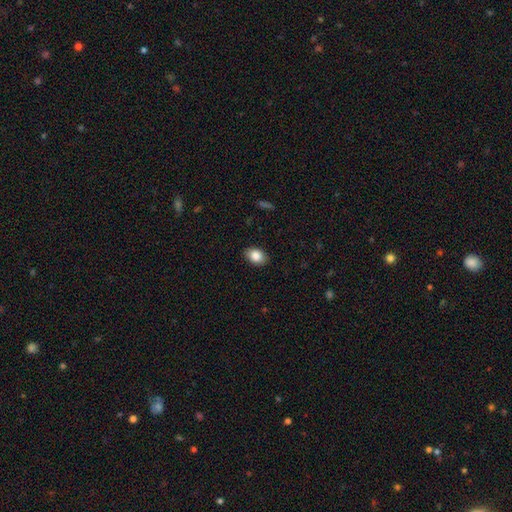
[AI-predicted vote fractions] This appears to be a smooth galaxy with no disk features (85%) that is in between round and cigar-shaped (80%). Merging: none (88%).